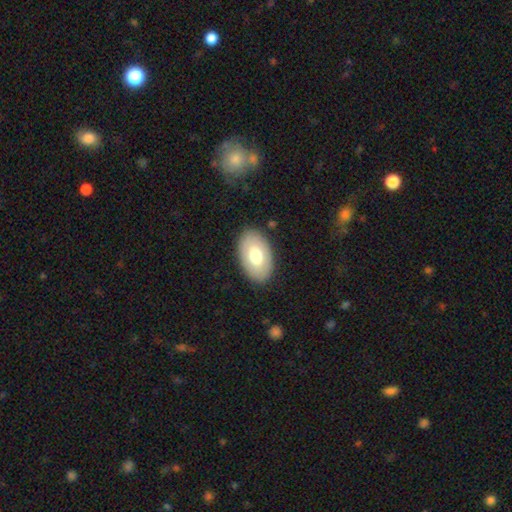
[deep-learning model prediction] A smooth galaxy with no disk features (70%) that is in between round and cigar-shaped (93%).

Vote fractions:
- Smooth or featured? smooth: 70% / featured or disk: 24% / star or artifact: 6%
- How rounded? in between: 93% / round: 6% / cigar-shaped: 1%
- Merging? none: 87% / minor disturbance: 10% / major disturbance: 3% / merger: 1%